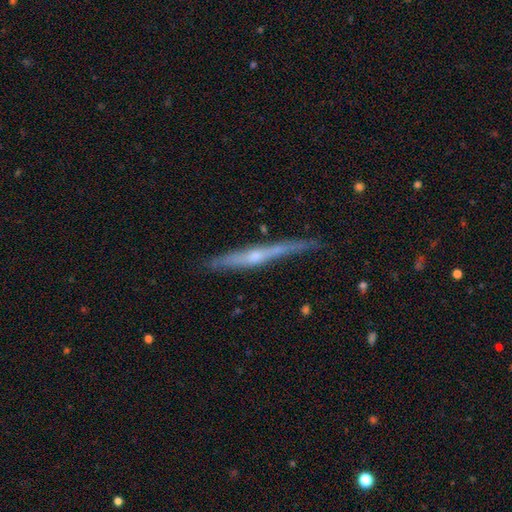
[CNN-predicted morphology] Overall: featured or disk (70%). Edge-on disk: yes (96%). Edge-on bulge: rounded (64%; none 30%). Merging: none (78%).